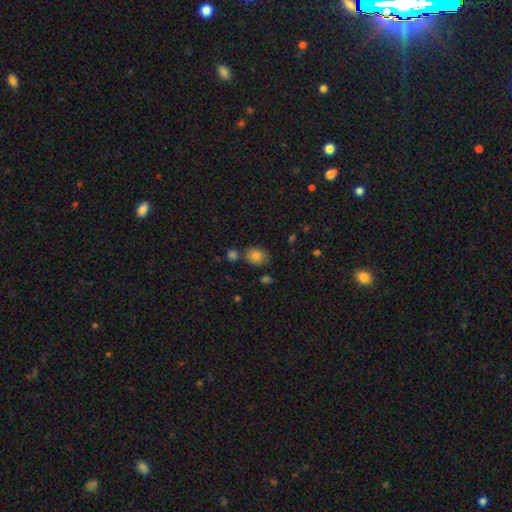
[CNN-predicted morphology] smooth-or-featured: smooth: 82% | star or artifact: 10% | featured or disk: 9%
  how-rounded: round: 58% | in between: 41% | cigar-shaped: 1%
  merging: none: 68% | minor disturbance: 16% | merger: 12% | major disturbance: 4%